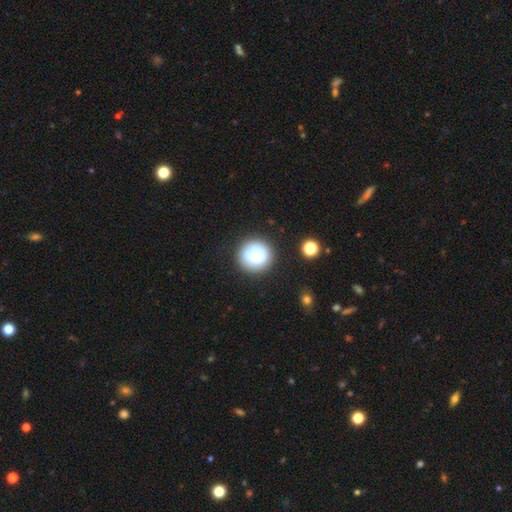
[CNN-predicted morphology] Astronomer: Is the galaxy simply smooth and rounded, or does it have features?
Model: smooth — 78%.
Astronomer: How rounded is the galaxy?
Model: round — 91%.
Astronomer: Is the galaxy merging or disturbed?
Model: none — 76%.